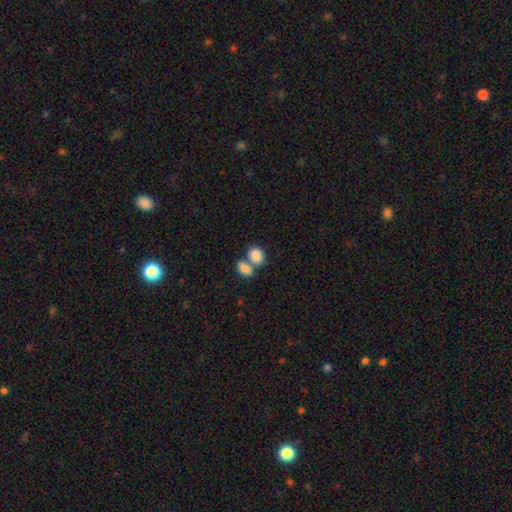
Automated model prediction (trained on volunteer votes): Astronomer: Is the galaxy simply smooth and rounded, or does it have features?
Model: smooth — 86%.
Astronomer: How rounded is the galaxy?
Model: in between — 68%.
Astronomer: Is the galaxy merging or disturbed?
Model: merger — 56% (runner-up: none, 33%).